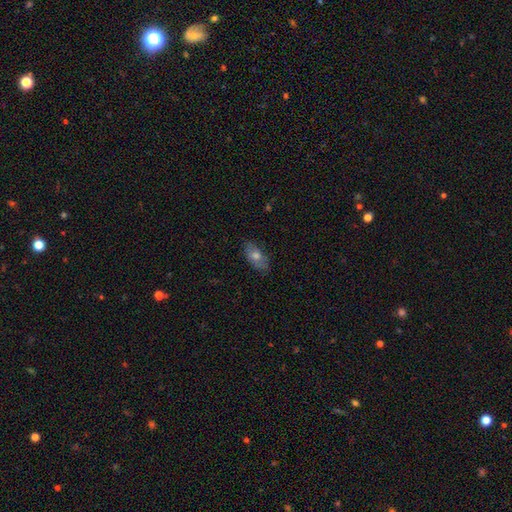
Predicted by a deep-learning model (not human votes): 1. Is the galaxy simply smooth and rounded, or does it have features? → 61% smooth, 30% featured or disk, 9% star or artifact.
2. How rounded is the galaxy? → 88% in between, 6% round, 6% cigar-shaped.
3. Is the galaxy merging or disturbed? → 77% none, 18% minor disturbance, 3% major disturbance, 1% merger.